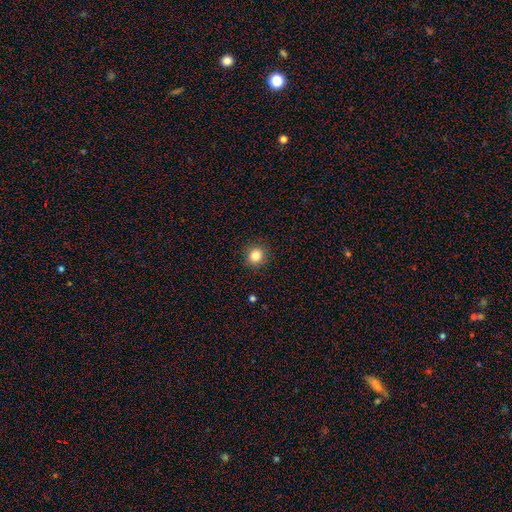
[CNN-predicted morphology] Smooth or featured: smooth — 84% (star or artifact — 11%)
How rounded: round — 87% (in between — 12%)
Merging: none — 90% (minor disturbance — 7%)